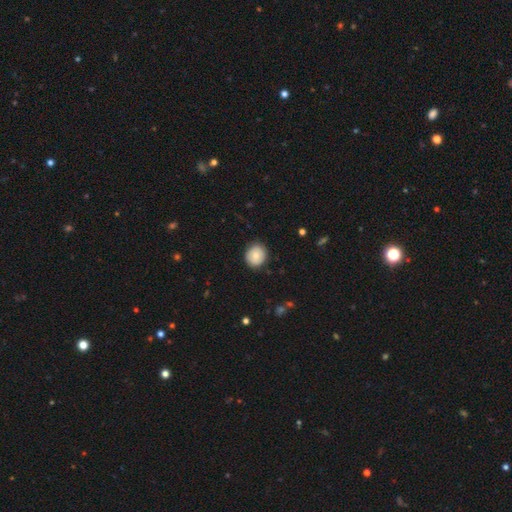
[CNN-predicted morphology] Q: Smooth or featured?
A: smooth (81%); runner-up: featured or disk (11%)
Q: How rounded?
A: round (79%); runner-up: in between (21%)
Q: Merging?
A: none (87%); runner-up: minor disturbance (10%)